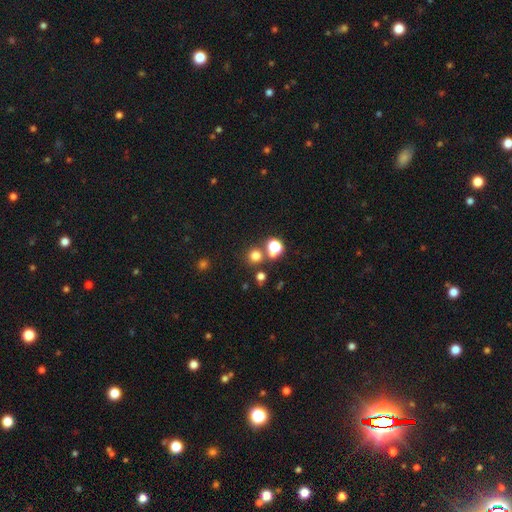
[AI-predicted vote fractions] smooth 72%, star or artifact 21%, featured or disk 7%. Down the decision tree: how rounded — round (91%); merging — none (71%).